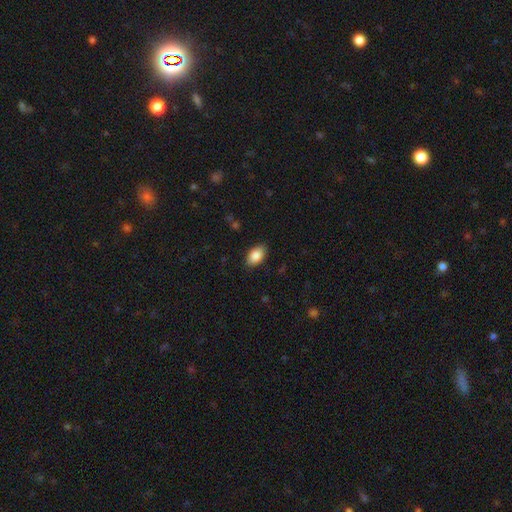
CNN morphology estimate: Overall: smooth (86%). How rounded: in between (93%). Merging: none (86%).